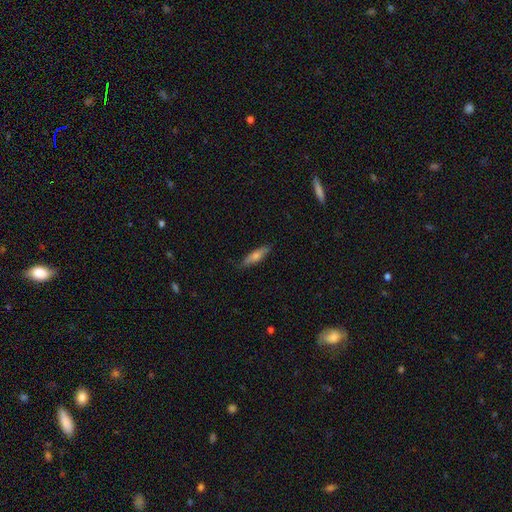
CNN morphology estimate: Smooth or featured? Predicted: smooth (p=0.56). How rounded? Predicted: cigar-shaped (p=0.73). Merging? Predicted: none (p=0.84).